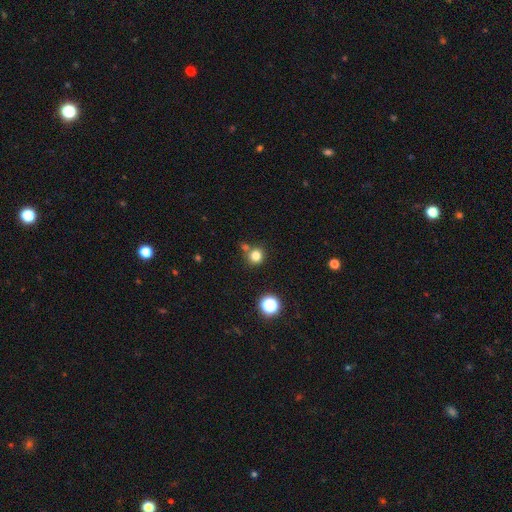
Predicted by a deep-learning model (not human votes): This is likely a smooth galaxy (78%). How rounded: clearly round (91%). Merging: likely none (71%).